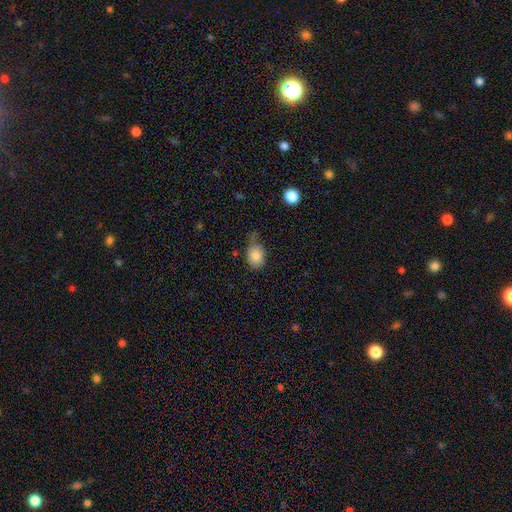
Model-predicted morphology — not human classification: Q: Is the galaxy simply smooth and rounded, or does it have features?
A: smooth — 84%.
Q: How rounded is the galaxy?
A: in between — 52%.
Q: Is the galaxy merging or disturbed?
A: none — 55%.